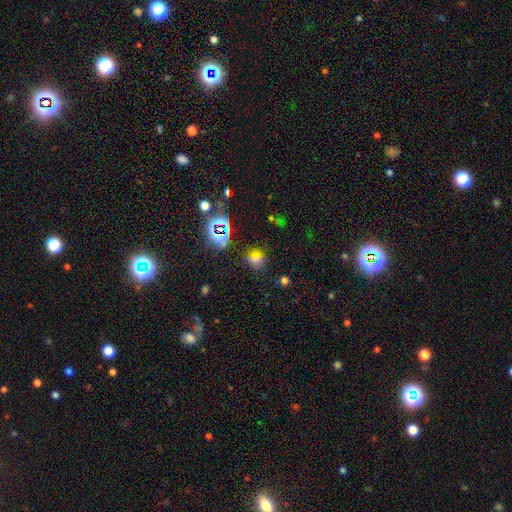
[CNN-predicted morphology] Smooth or featured: smooth — 58% (star or artifact — 33%)
How rounded: round — 66% (in between — 32%)
Merging: none — 76% (minor disturbance — 13%)